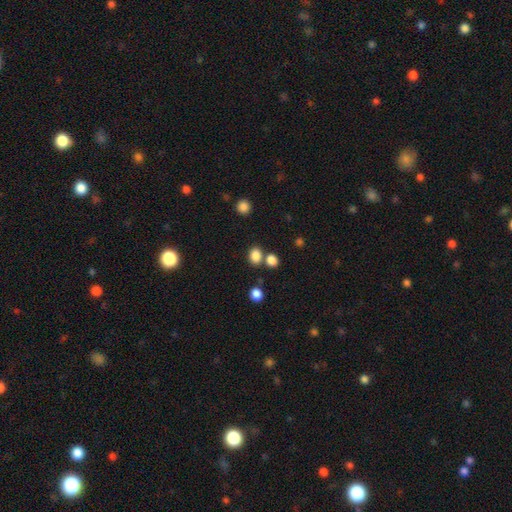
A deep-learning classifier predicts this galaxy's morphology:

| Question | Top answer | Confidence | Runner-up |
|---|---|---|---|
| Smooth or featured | smooth | 83% | star or artifact (12%) |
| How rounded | in between | 55% | round (44%) |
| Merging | none | 63% | merger (23%) |